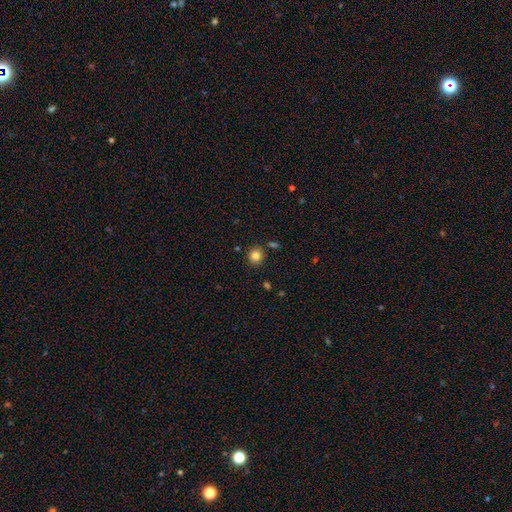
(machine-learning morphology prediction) smooth 83%, star or artifact 11%, featured or disk 6%. Down the decision tree: how rounded — round (88%); merging — none (87%).